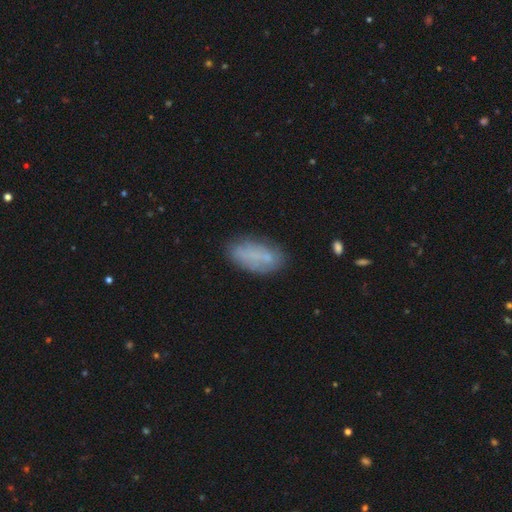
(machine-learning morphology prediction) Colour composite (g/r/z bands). It shows a smooth galaxy with no disk features (65%) that is in between round and cigar-shaped (88%). Merging: none (71%).